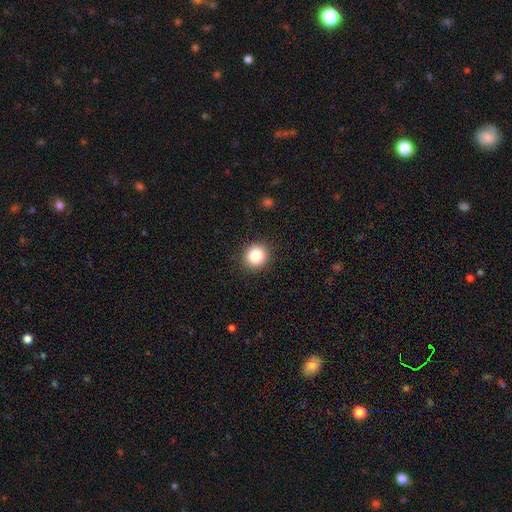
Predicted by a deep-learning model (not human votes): Overall: smooth (85%). How rounded: round (89%). Merging: none (91%).